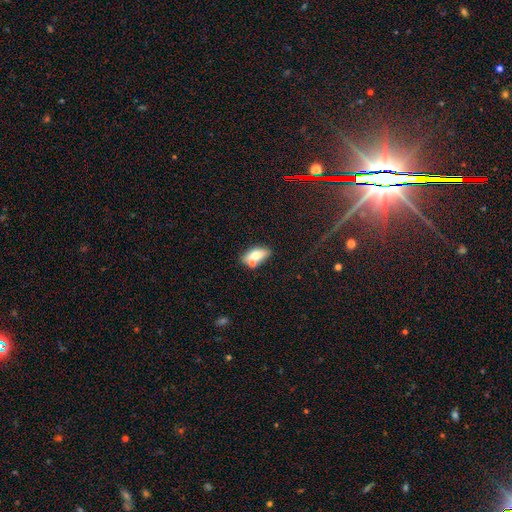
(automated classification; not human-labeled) This is likely a smooth galaxy (67%). How rounded: clearly in between (87%). Merging: likely none (61%).